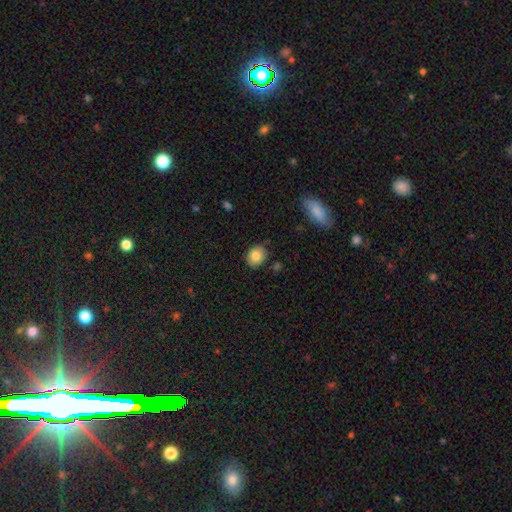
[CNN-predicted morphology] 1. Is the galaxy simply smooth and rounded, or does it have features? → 82% smooth, 10% featured or disk, 8% star or artifact.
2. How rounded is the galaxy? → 56% round, 43% in between, 1% cigar-shaped.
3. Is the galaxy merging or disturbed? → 84% none, 12% minor disturbance, 2% major disturbance, 2% merger.